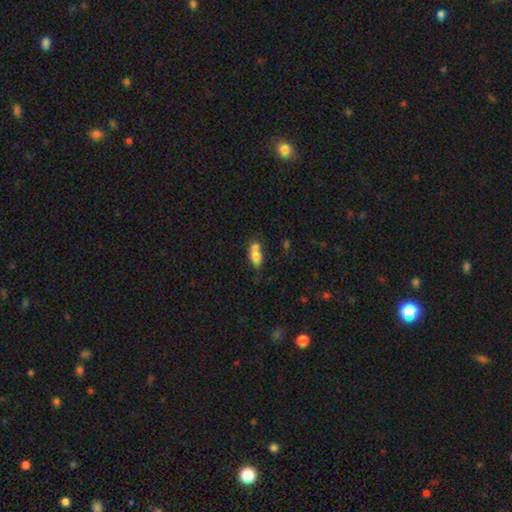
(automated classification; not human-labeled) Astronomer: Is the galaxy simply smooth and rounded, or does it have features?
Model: smooth — 71%.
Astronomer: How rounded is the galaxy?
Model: in between — 71%.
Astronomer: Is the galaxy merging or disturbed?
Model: merger — 61%.